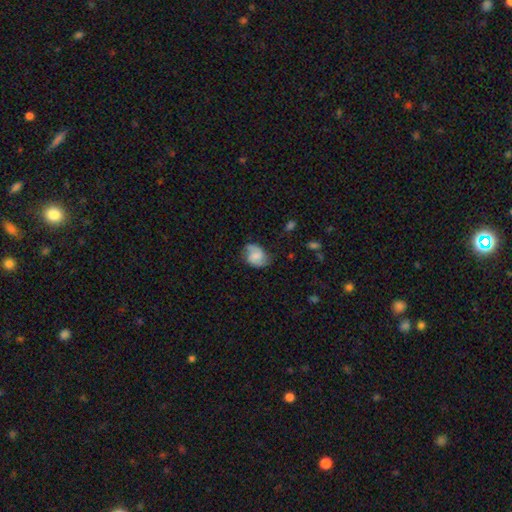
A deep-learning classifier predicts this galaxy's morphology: A featured or disk galaxy (47%).

Vote fractions:
- Smooth or featured? featured or disk: 47% / smooth: 44% / star or artifact: 8%
- Merging? none: 64% / minor disturbance: 25% / major disturbance: 9% / merger: 2%